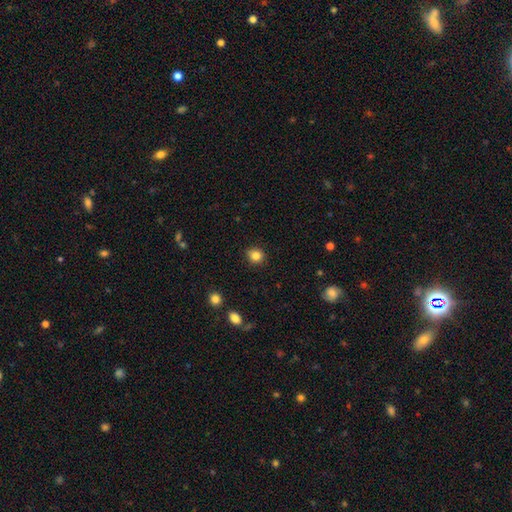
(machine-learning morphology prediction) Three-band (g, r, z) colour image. It shows a smooth galaxy with no disk features (84%) that is round (85%). Merging: none (90%).